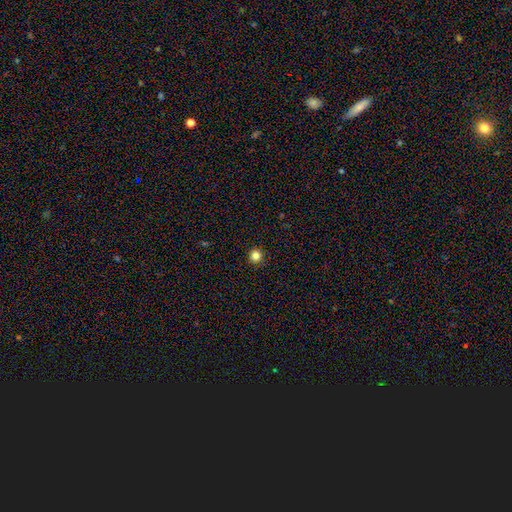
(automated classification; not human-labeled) This appears to be a smooth galaxy with no disk features (83%) that is round (96%). Merging: none (94%).